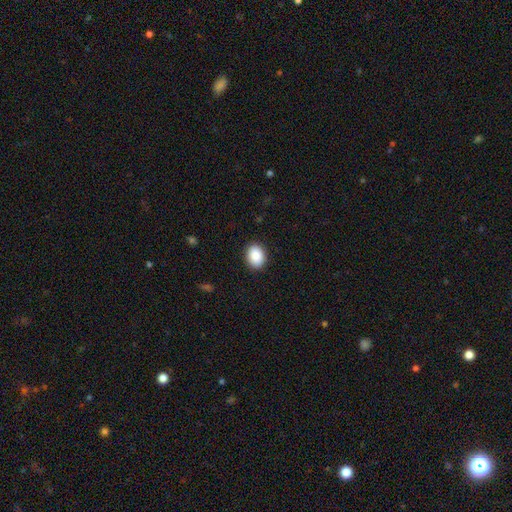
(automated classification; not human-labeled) Smooth or featured? smooth (89%)
How rounded? in between (63%)
Merging? none (90%)